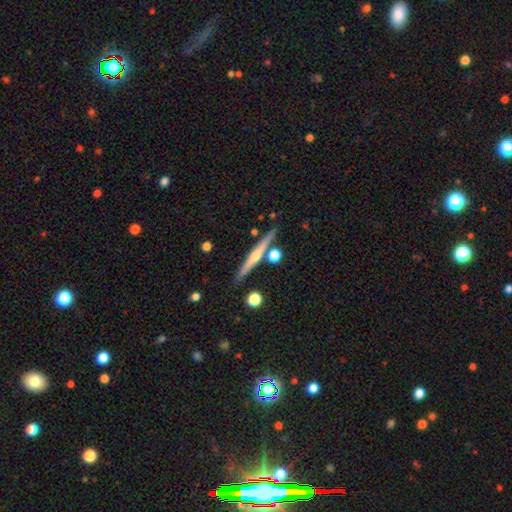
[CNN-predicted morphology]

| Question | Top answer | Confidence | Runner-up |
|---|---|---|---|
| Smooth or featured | featured or disk | 68% | smooth (25%) |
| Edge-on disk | yes | 97% | no (3%) |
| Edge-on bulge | rounded | 85% | none (11%) |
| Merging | none | 84% | minor disturbance (8%) |